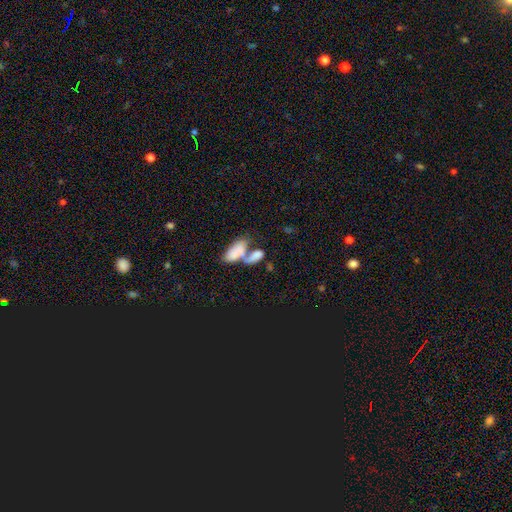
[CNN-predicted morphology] Smooth or featured? smooth (74%)
How rounded? in between (88%)
Merging? merger (66%)